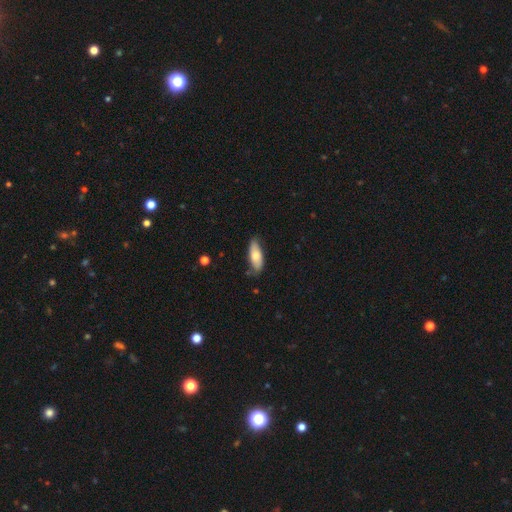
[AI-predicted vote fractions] Q: Smooth or featured?
A: smooth (75%); runner-up: featured or disk (19%)
Q: How rounded?
A: in between (74%); runner-up: cigar-shaped (24%)
Q: Merging?
A: none (76%); runner-up: minor disturbance (19%)